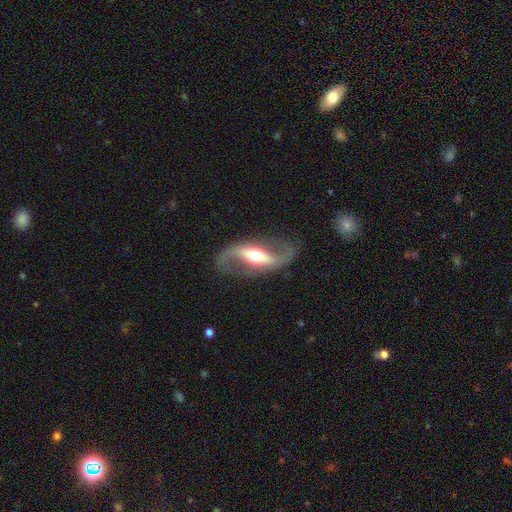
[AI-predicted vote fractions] Smooth or featured?
  - featured or disk: 88% *
  - smooth: 8%
  - star or artifact: 4%
Edge-on disk?
  - no: 90% *
  - yes: 10%
Bar?
  - strong: 56% *
  - weak: 26%
  - no: 18%
Spiral arms?
  - yes: 93% *
  - no: 7%
Spiral winding?
  - loose: 73% *
  - medium: 21%
  - tight: 6%
Spiral arm count?
  - 2: 93% *
  - 1: 2%
  - can't tell: 2%
  - 3: 1%
  - 4: 1%
  - more than 4: 1%
Bulge size?
  - moderate: 67% *
  - large: 17%
  - small: 12%
  - dominant: 2%
  - none: 1%
Merging?
  - none: 79% *
  - minor disturbance: 12%
  - major disturbance: 8%
  - merger: 2%